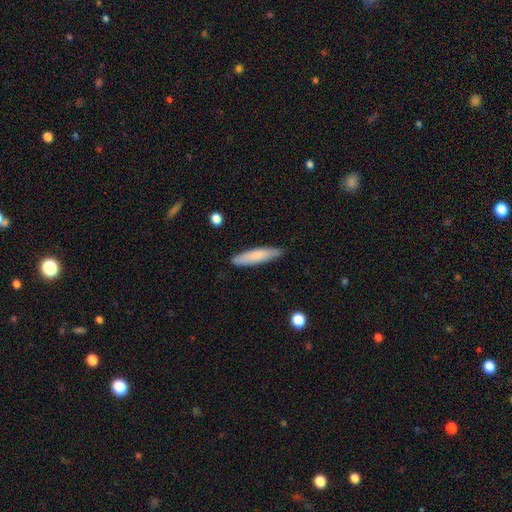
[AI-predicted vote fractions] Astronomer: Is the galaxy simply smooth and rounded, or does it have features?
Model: smooth — 79%.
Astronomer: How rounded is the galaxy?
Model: cigar-shaped — 80%.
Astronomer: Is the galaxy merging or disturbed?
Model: none — 86%.